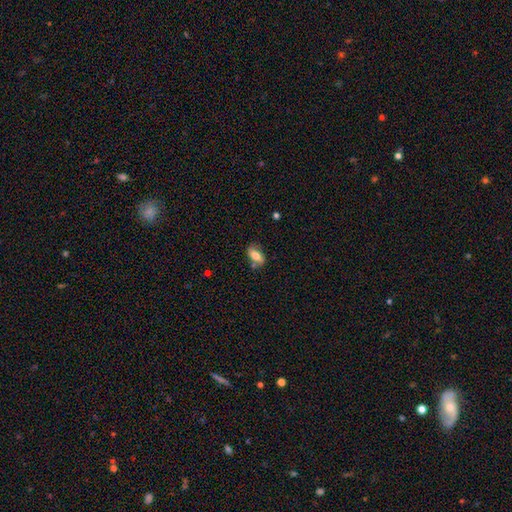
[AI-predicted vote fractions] smooth-or-featured: smooth: 70% | featured or disk: 22% | star or artifact: 8%
  how-rounded: in between: 83% | cigar-shaped: 11% | round: 6%
  merging: none: 67% | minor disturbance: 19% | merger: 9% | major disturbance: 5%